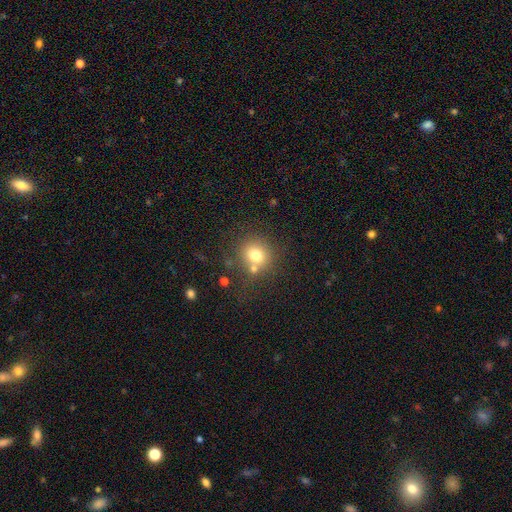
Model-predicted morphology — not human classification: A smooth galaxy with no disk features (73%) that is round (82%). Merging: none (62%).